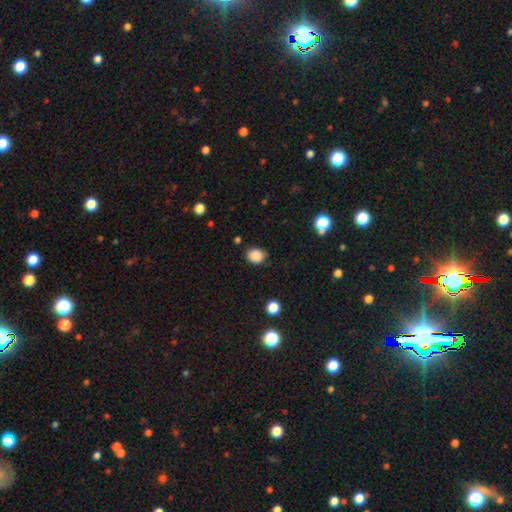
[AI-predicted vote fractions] Q: Smooth or featured?
A: smooth (86%); runner-up: star or artifact (10%)
Q: How rounded?
A: round (61%); runner-up: in between (39%)
Q: Merging?
A: none (75%); runner-up: minor disturbance (19%)